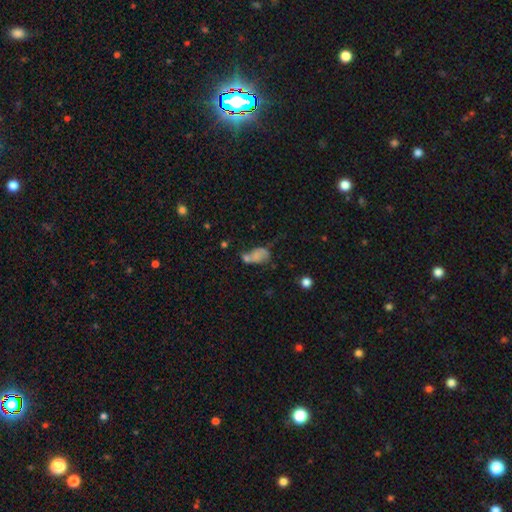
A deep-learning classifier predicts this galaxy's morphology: smooth-or-featured: smooth: 60% | featured or disk: 25% | star or artifact: 15%
  how-rounded: in between: 78% | round: 19% | cigar-shaped: 2%
  merging: merger: 43% | none: 23% | major disturbance: 17% | minor disturbance: 17%